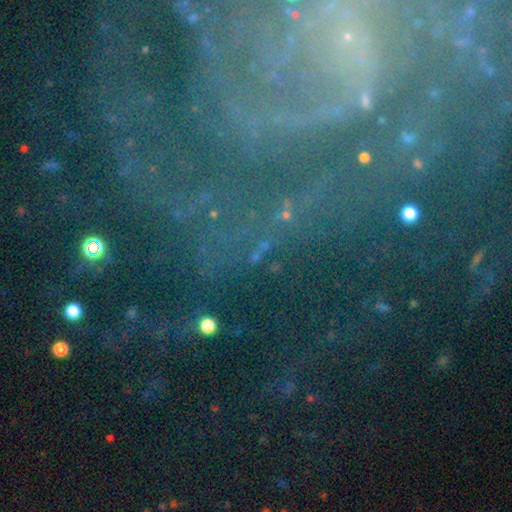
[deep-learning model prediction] Smooth or featured? star or artifact (56%)